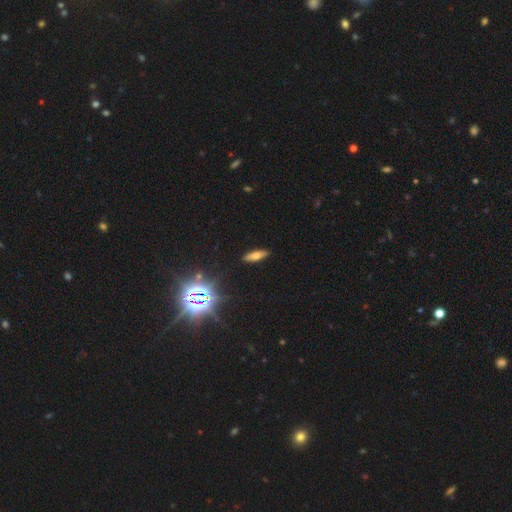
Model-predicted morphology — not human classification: Smooth or featured? smooth (53%)
How rounded? cigar-shaped (51%)
Merging? none (89%)